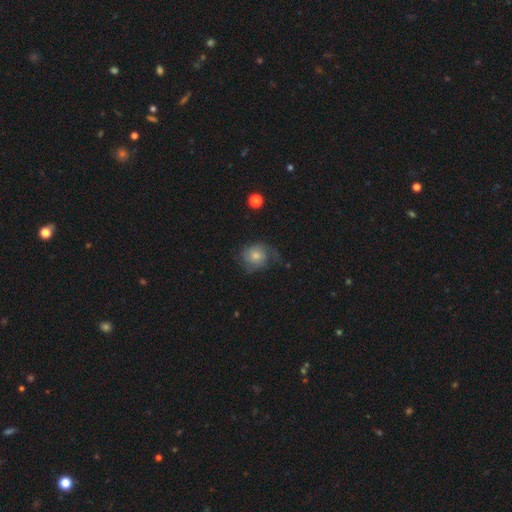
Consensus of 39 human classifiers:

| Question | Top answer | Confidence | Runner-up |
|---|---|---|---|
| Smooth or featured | smooth | 49% | featured or disk (41%) |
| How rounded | round | 95% | in between (5%) |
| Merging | minor disturbance | 46% | none (40%) |